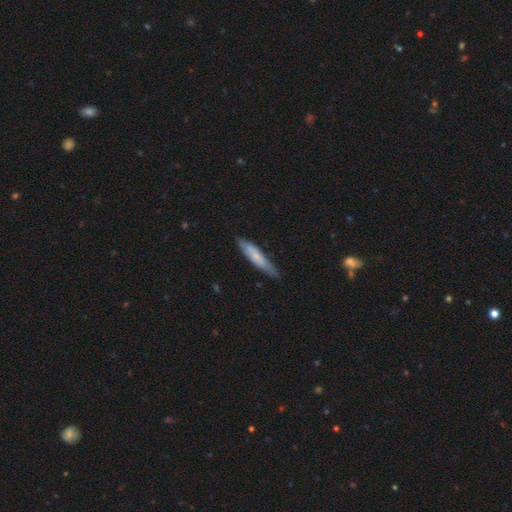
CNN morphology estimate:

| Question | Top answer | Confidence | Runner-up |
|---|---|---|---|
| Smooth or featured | smooth | 65% | featured or disk (29%) |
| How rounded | cigar-shaped | 86% | in between (13%) |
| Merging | none | 78% | minor disturbance (18%) |